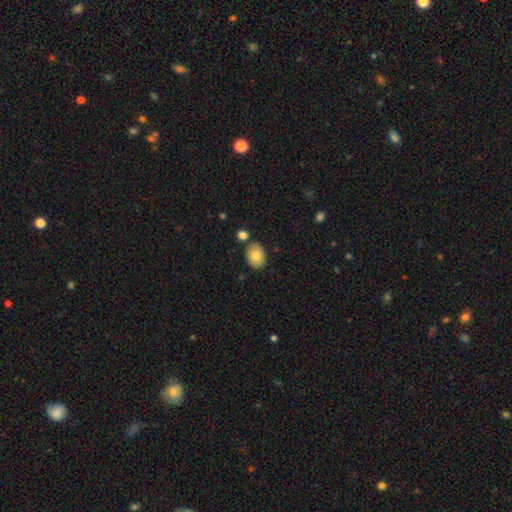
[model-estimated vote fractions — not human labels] Morphology: type=smooth (81%); roundness=in between (71%); merging=none (77%).